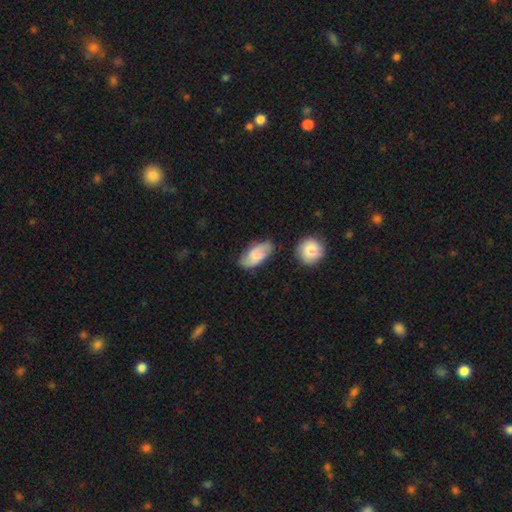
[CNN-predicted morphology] Smooth or featured: smooth — 62% (featured or disk — 31%)
How rounded: in between — 90% (cigar-shaped — 5%)
Merging: none — 67% (minor disturbance — 21%)